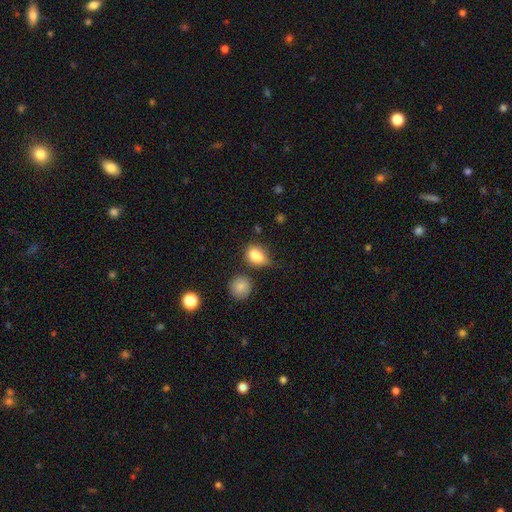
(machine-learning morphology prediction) smooth-or-featured: smooth: 84% | star or artifact: 9% | featured or disk: 7%
  how-rounded: in between: 71% | round: 27% | cigar-shaped: 2%
  merging: none: 49% | minor disturbance: 30% | merger: 11% | major disturbance: 10%